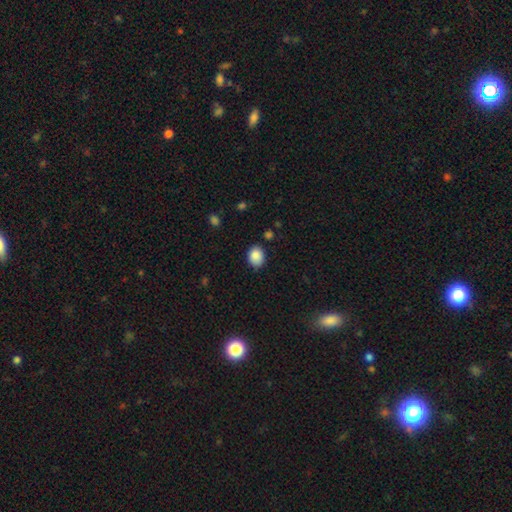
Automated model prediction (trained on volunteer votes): Smooth or featured?
  - smooth: 88% *
  - star or artifact: 8%
  - featured or disk: 4%
How rounded?
  - in between: 50% * (tied)
  - round: 50% * (tied)
  - cigar-shaped: 1%
Merging?
  - none: 81% *
  - minor disturbance: 14%
  - major disturbance: 3%
  - merger: 2%